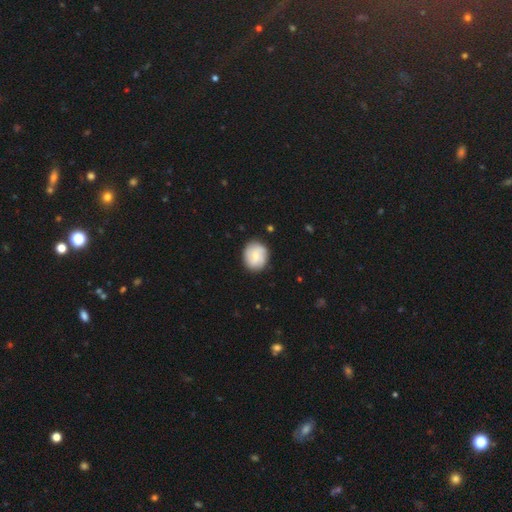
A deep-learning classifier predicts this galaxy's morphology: smooth-or-featured: smooth: 55% | featured or disk: 38% | star or artifact: 7%
  how-rounded: round: 73% | in between: 26% | cigar-shaped: 1%
  merging: none: 83% | minor disturbance: 13% | major disturbance: 3% | merger: 1%